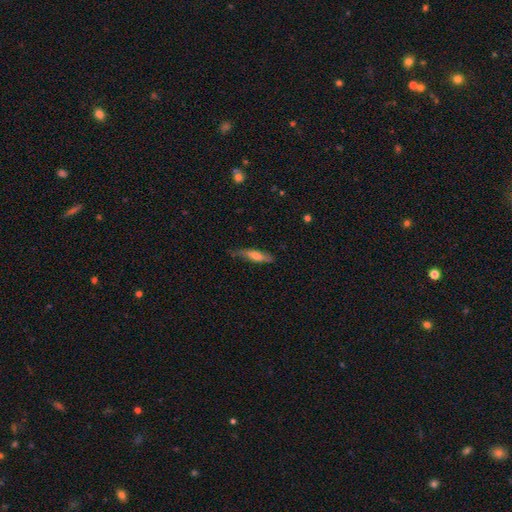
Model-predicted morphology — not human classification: This is possibly a smooth galaxy (58%). How rounded: likely cigar-shaped (71%). Merging: likely none (65%).